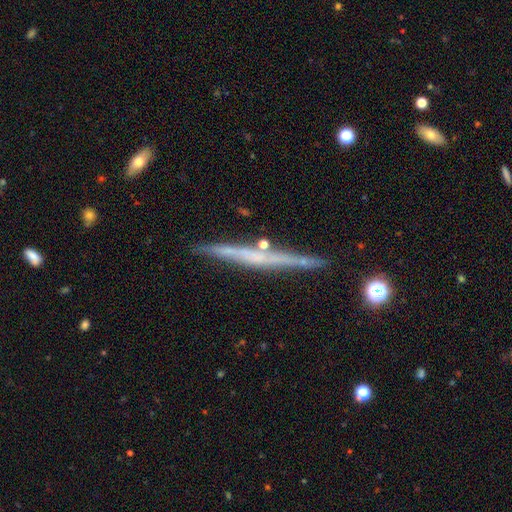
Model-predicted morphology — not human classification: Smooth or featured: featured or disk — 68% (smooth — 26%)
Edge-on disk: yes — 97% (no — 3%)
Edge-on bulge: none — 78% (rounded — 16%)
Merging: none — 84% (minor disturbance — 10%)